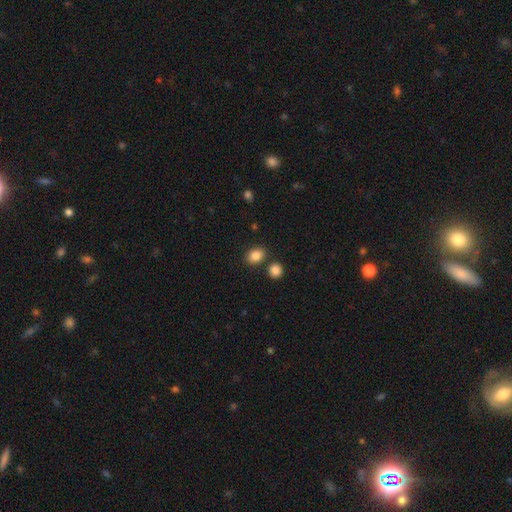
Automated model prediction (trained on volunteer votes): A smooth galaxy with no disk features (85%) that is in between round and cigar-shaped (55%). Merging: none (79%).